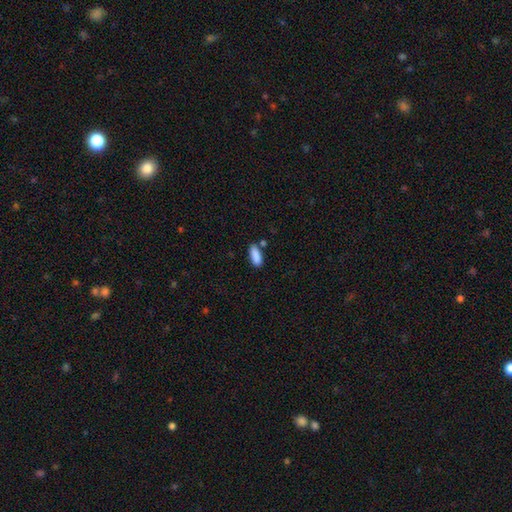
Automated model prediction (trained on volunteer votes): Smooth or featured? smooth (89%)
How rounded? in between (74%)
Merging? none (75%)